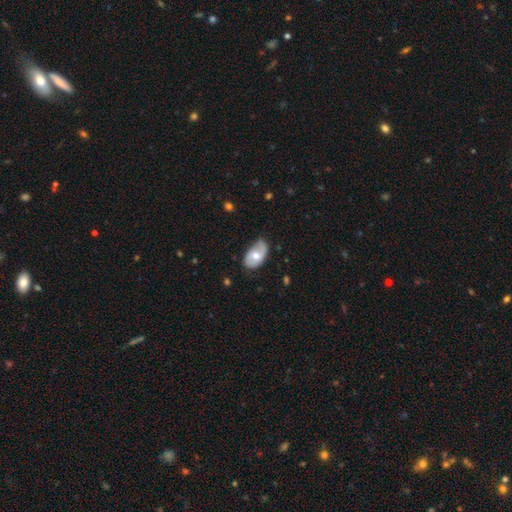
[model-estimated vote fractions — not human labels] Q: Smooth or featured?
A: smooth (52%); runner-up: featured or disk (42%)
Q: How rounded?
A: in between (93%); runner-up: round (6%)
Q: Merging?
A: none (62%); runner-up: minor disturbance (30%)